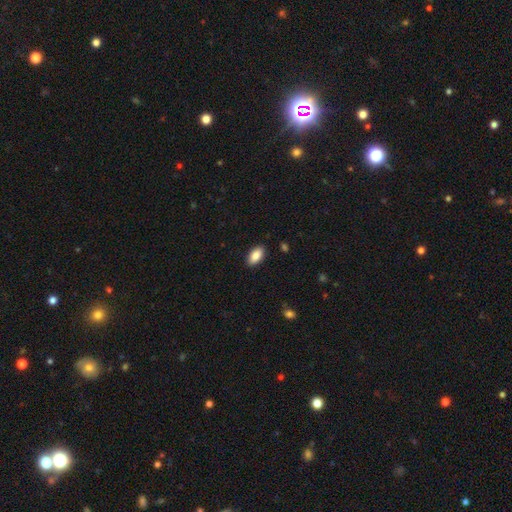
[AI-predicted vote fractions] Q: Smooth or featured?
A: smooth (88%); runner-up: star or artifact (7%)
Q: How rounded?
A: in between (93%); runner-up: cigar-shaped (4%)
Q: Merging?
A: none (89%); runner-up: minor disturbance (8%)